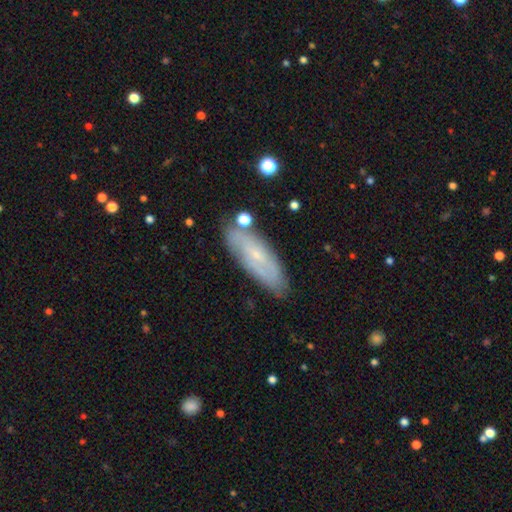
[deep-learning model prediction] A featured or disk galaxy (50%). Merging: none (77%).